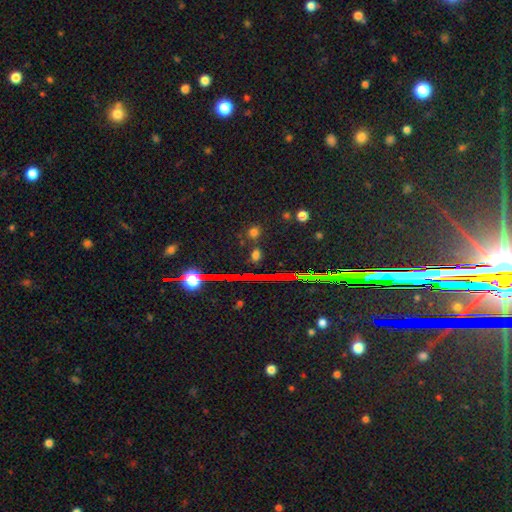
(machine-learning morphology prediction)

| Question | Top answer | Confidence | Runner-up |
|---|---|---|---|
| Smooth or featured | star or artifact | 59% | smooth (31%) |